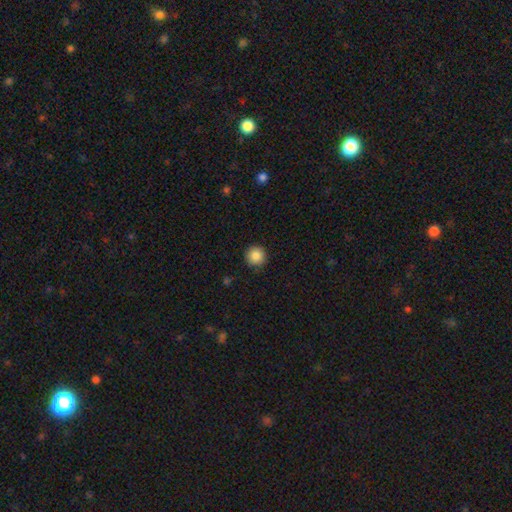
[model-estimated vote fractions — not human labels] A smooth galaxy with no disk features (86%) that is round (95%).

Vote fractions:
- Smooth or featured? smooth: 86% / star or artifact: 9% / featured or disk: 4%
- How rounded? round: 95% / in between: 4% / cigar-shaped: 1%
- Merging? none: 90% / minor disturbance: 7% / major disturbance: 2% / merger: 1%